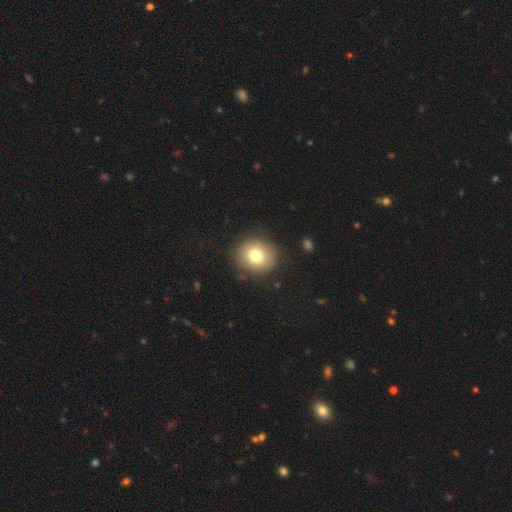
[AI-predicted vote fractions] Morphology: type=smooth (76%); roundness=round (81%); merging=none (85%).